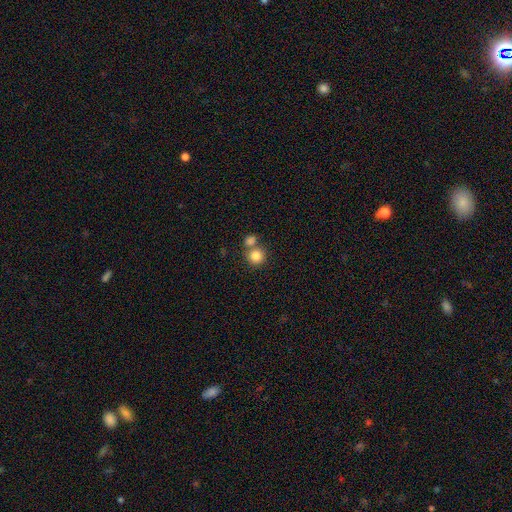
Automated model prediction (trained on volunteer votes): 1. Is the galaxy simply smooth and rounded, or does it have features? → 83% smooth, 10% star or artifact, 7% featured or disk.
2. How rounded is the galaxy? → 91% round, 8% in between, 1% cigar-shaped.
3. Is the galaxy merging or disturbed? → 57% none, 32% merger, 7% minor disturbance, 3% major disturbance.